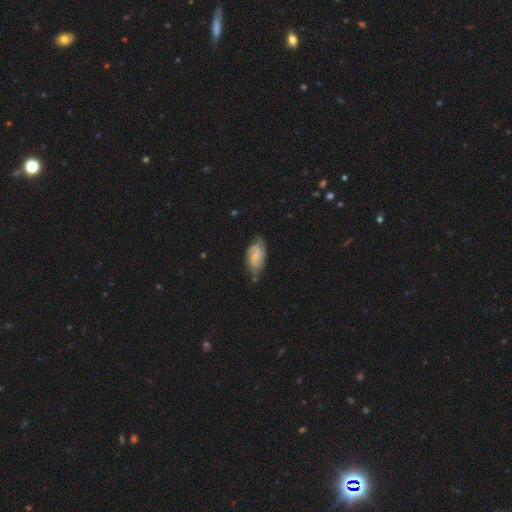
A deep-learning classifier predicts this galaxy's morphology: Smooth or featured: featured or disk — 59% (smooth — 34%)
Edge-on disk: no — 95% (yes — 5%)
Bar: weak — 49% (no — 40%)
Spiral arms: yes — 89% (no — 11%)
Spiral winding: medium — 44% (tight — 33%)
Spiral arm count: 2 — 67% (can't tell — 17%)
Bulge size: small — 57% (moderate — 22%)
Merging: none — 57% (minor disturbance — 31%)